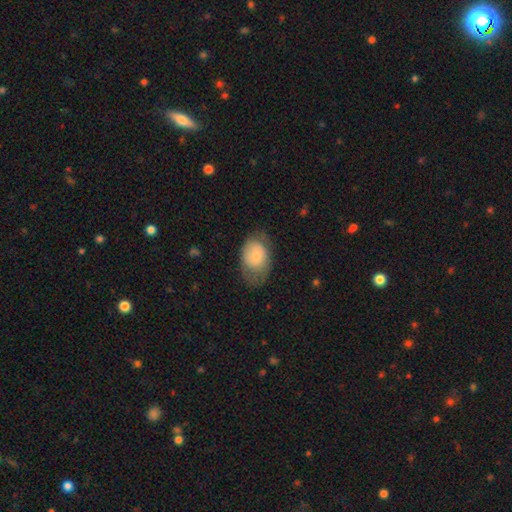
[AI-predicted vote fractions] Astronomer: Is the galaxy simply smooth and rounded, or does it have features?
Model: smooth — 72%.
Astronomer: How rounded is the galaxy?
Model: in between — 79%.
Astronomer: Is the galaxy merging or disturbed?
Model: none — 50% (runner-up: minor disturbance, 30%).